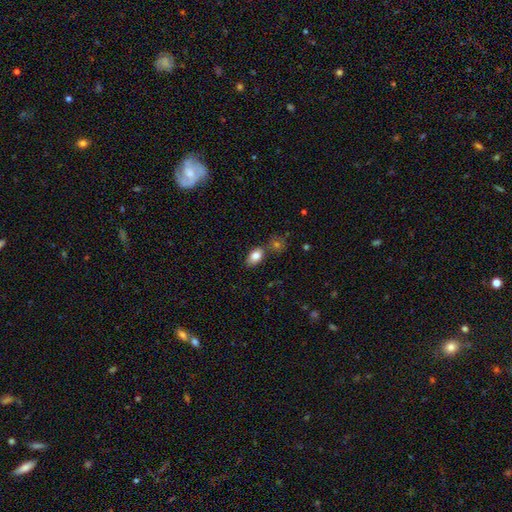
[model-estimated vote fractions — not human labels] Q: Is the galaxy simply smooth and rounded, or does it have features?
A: smooth — 83%.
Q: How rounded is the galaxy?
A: in between — 89%.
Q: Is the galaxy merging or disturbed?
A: none — 70%.